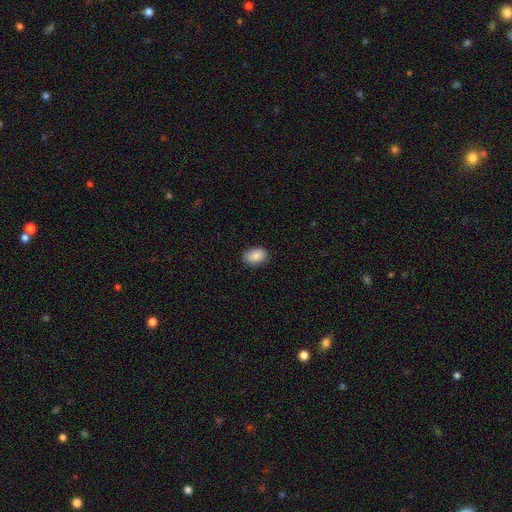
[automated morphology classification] This appears to be a smooth galaxy with no disk features (89%) that is in between round and cigar-shaped (85%). Merging: none (86%).